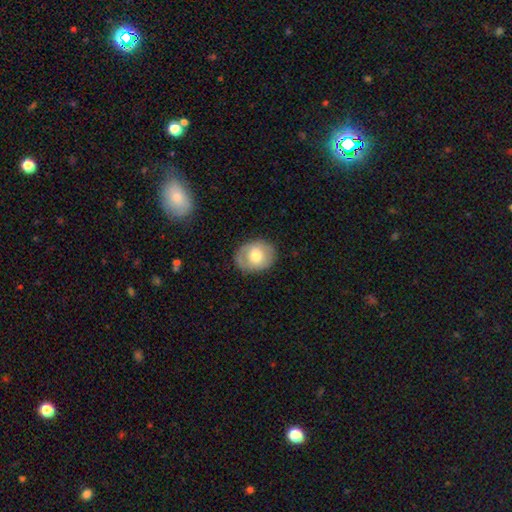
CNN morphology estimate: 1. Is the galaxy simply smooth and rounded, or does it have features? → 61% smooth, 32% featured or disk, 7% star or artifact.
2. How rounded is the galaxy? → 52% round, 47% in between, 1% cigar-shaped.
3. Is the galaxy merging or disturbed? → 80% none, 14% minor disturbance, 5% major disturbance, 1% merger.